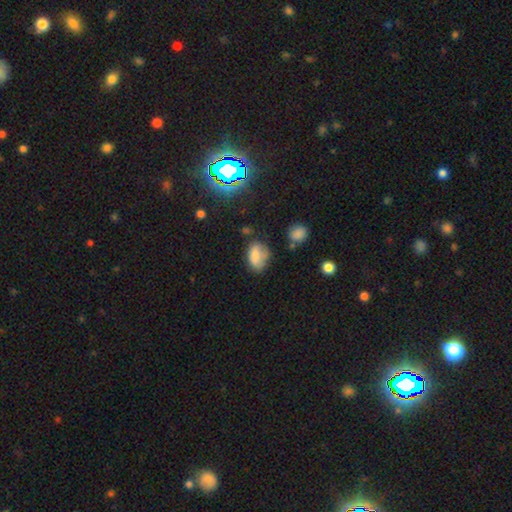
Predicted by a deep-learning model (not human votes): A smooth galaxy with no disk features (76%) that is in between round and cigar-shaped (85%). Merging: none (47%).